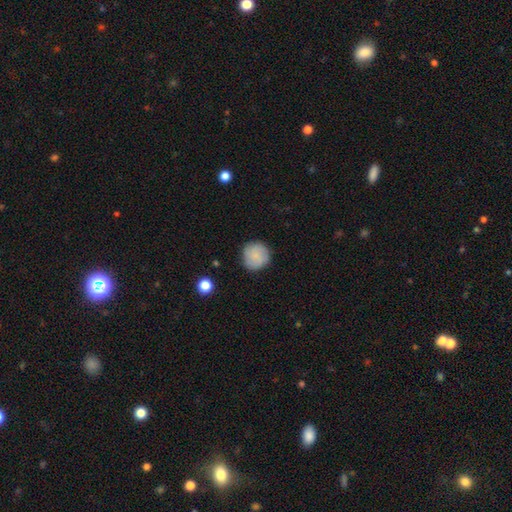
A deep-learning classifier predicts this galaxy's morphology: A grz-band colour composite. It shows a smooth galaxy with no disk features (76%) that is round (94%). Merging: none (85%).